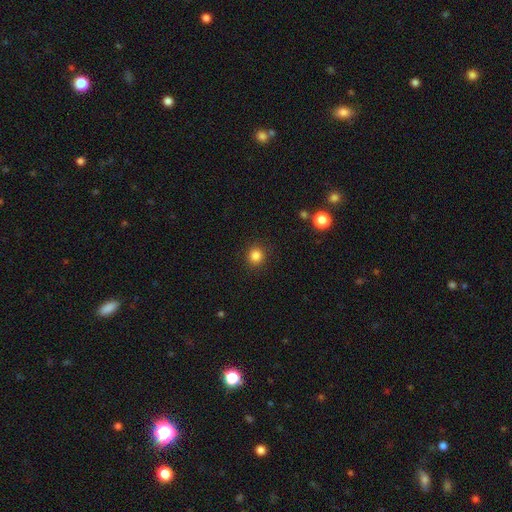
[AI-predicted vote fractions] smooth 84%, star or artifact 12%, featured or disk 4%. Down the decision tree: how rounded — round (90%); merging — none (91%).